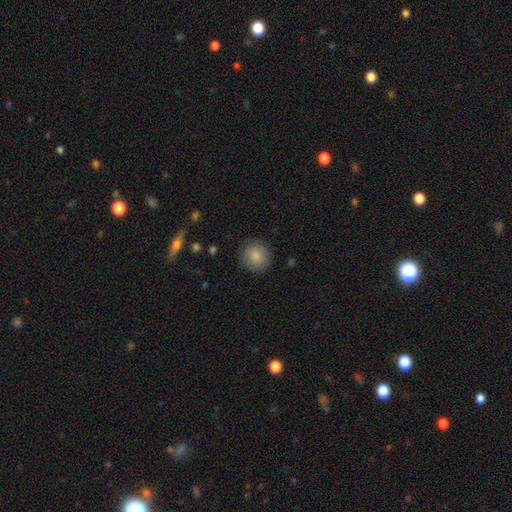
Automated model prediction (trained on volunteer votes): A smooth galaxy with no disk features (86%) that is round (90%).

Vote fractions:
- Smooth or featured? smooth: 86% / star or artifact: 8% / featured or disk: 7%
- How rounded? round: 90% / in between: 9% / cigar-shaped: 1%
- Merging? none: 87% / minor disturbance: 9% / major disturbance: 2% / merger: 1%